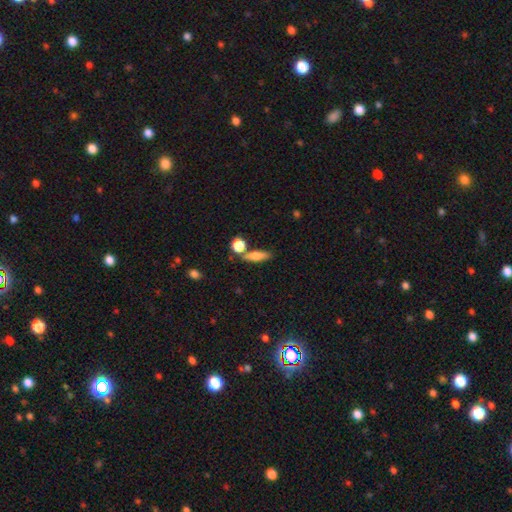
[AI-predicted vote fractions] Smooth or featured? smooth (65%)
How rounded? cigar-shaped (51%)
Merging? none (66%)